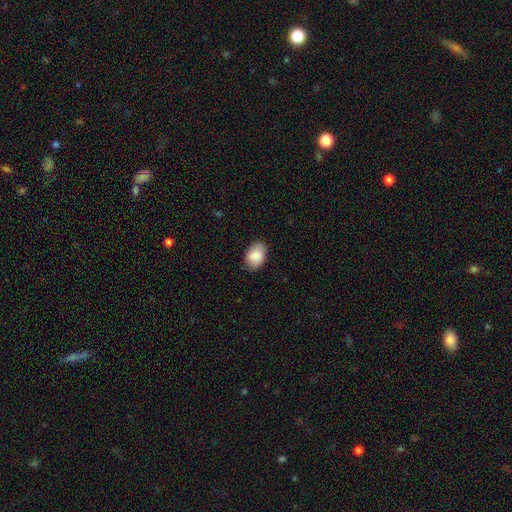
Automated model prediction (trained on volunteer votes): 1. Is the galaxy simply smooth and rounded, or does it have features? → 87% smooth, 7% featured or disk, 6% star or artifact.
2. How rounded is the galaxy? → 87% in between, 11% round, 1% cigar-shaped.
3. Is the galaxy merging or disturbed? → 83% none, 14% minor disturbance, 3% major disturbance, 1% merger.